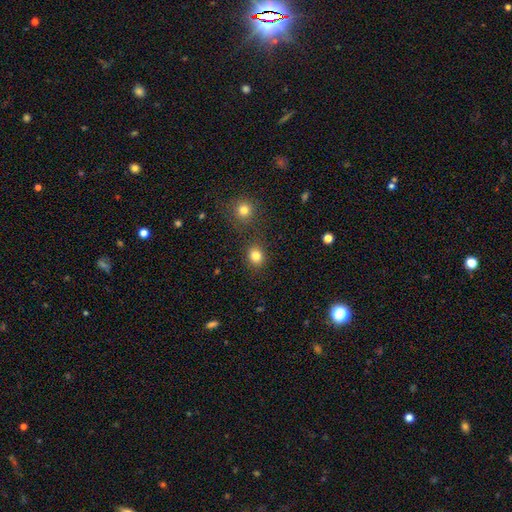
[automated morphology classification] This is clearly a smooth galaxy (82%). How rounded: likely round (74%). Merging: clearly none (84%).